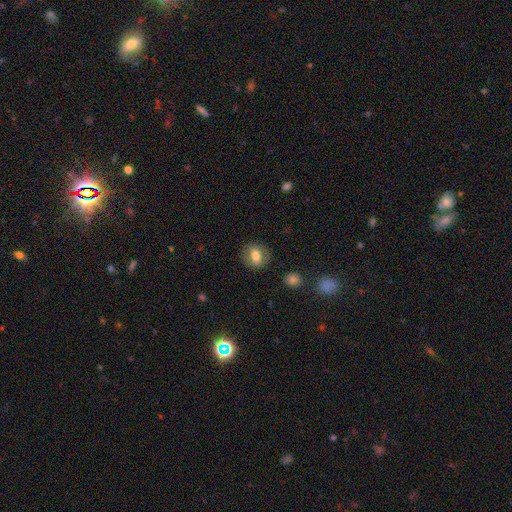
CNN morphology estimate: smooth-or-featured: smooth: 68% | featured or disk: 24% | star or artifact: 9%
  how-rounded: round: 63% | in between: 36% | cigar-shaped: 1%
  merging: none: 84% | minor disturbance: 11% | major disturbance: 4% | merger: 1%